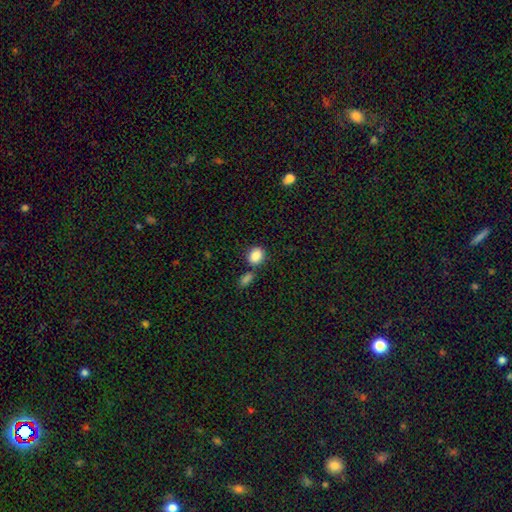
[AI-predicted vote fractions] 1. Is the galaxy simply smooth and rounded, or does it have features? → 87% smooth, 9% star or artifact, 4% featured or disk.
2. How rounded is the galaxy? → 49% in between (tied), 49% round (tied), 1% cigar-shaped.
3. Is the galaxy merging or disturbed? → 67% none, 18% merger, 12% minor disturbance, 4% major disturbance.